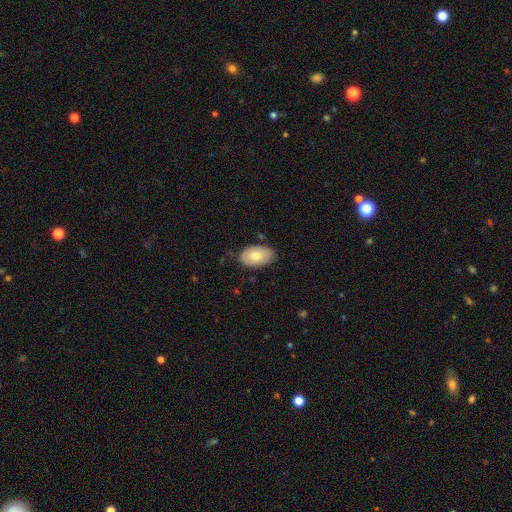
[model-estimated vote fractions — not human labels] smooth 75%, featured or disk 19%, star or artifact 7%. Down the decision tree: how rounded — in between (93%); merging — none (80%).